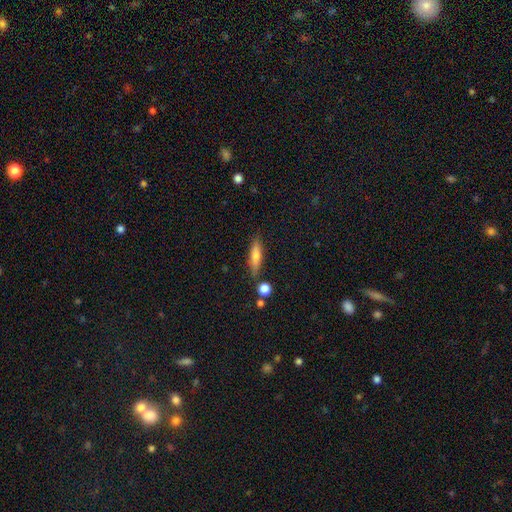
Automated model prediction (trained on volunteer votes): smooth_or_featured: smooth (p=0.65) [alt: featured or disk p=0.28]
how_rounded: cigar-shaped (p=0.72) [alt: in between p=0.25]
merging: none (p=0.79) [alt: minor disturbance p=0.12]